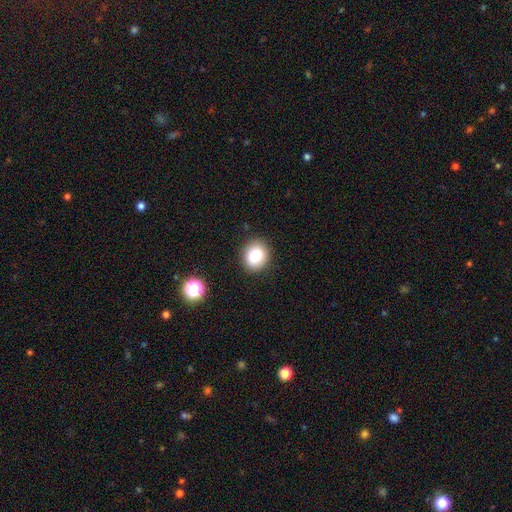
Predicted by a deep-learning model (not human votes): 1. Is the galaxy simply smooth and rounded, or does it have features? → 82% smooth, 11% star or artifact, 7% featured or disk.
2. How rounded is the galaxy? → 64% round, 35% in between, 1% cigar-shaped.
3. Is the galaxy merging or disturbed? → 88% none, 8% minor disturbance, 2% major disturbance, 1% merger.